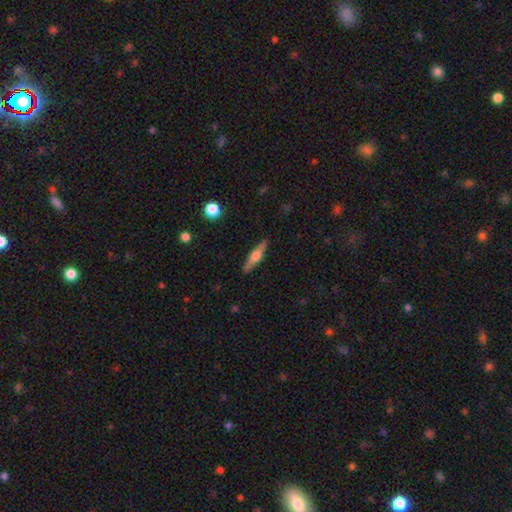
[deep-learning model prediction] Smooth or featured? Predicted: featured or disk (p=0.63). Edge-on disk? Predicted: yes (p=0.97). Edge-on bulge? Predicted: rounded (p=0.89). Merging? Predicted: none (p=0.89).